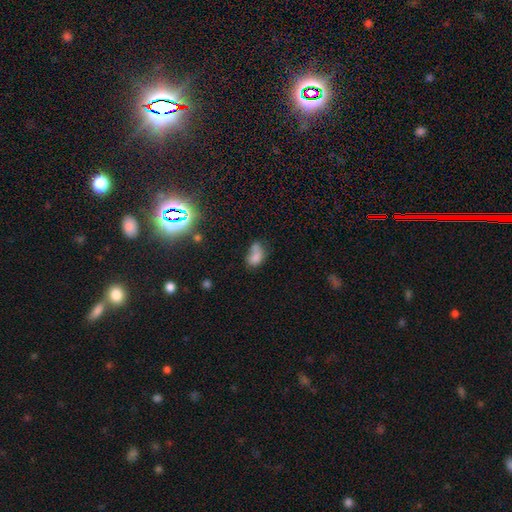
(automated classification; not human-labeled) Smooth or featured? Predicted: smooth (p=0.73). How rounded? Predicted: in between (p=0.80). Merging? Predicted: merger (p=0.32).